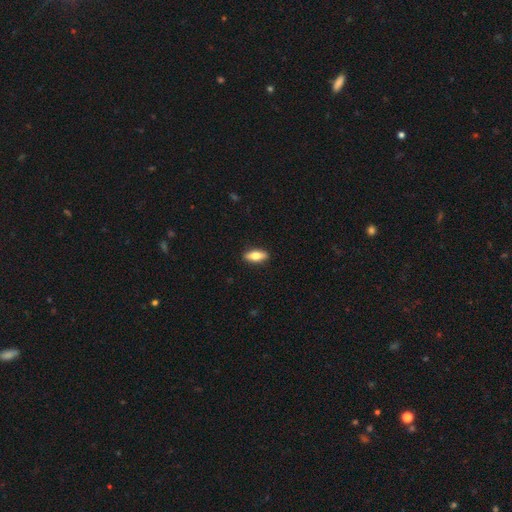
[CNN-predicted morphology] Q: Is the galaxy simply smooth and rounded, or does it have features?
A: smooth — 70%.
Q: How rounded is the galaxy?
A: in between — 76%.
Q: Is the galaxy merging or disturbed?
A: none — 91%.